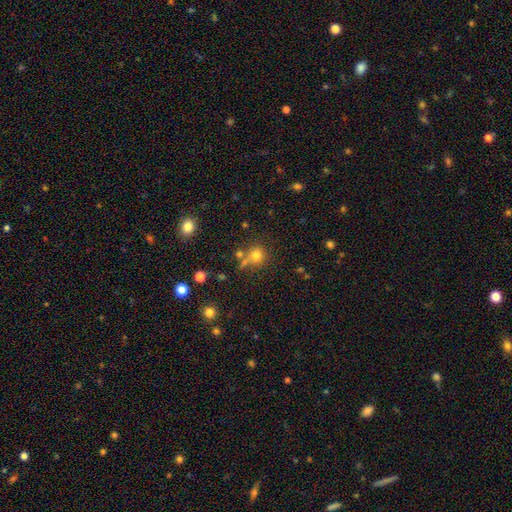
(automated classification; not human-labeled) The model was most divided on "merging": none: 61%, merger: 19%, minor disturbance: 13%, major disturbance: 7%. More confident: how rounded — round (88%); smooth or featured — smooth (74%).